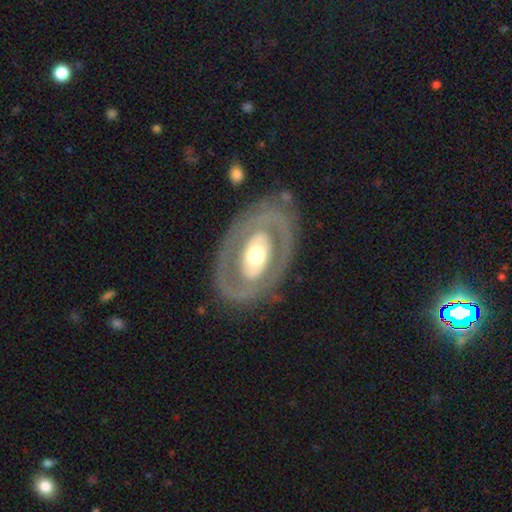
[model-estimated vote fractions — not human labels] smooth-or-featured: featured or disk: 67% | smooth: 29% | star or artifact: 5%
  disk-edge-on: no: 92% | yes: 8%
    bar: no: 76% | weak: 14% | strong: 10%
    has-spiral-arms: no: 82% | yes: 18%
    bulge-size: moderate: 63% | large: 23% | small: 10% | dominant: 2% | none: 1%
  merging: none: 80% | minor disturbance: 12% | major disturbance: 7% | merger: 2%